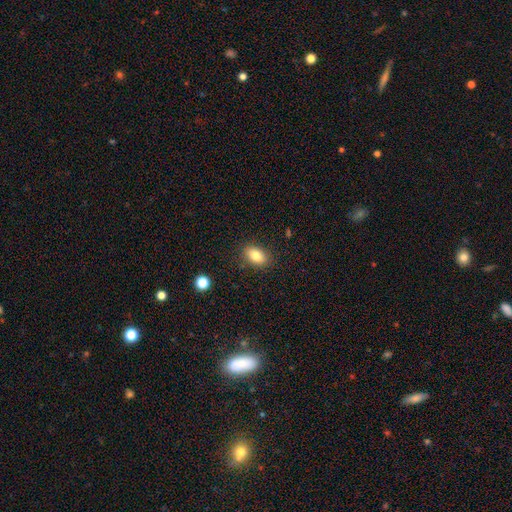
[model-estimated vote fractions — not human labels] Q: Smooth or featured?
A: smooth (82%); runner-up: featured or disk (9%)
Q: How rounded?
A: in between (85%); runner-up: round (13%)
Q: Merging?
A: none (86%); runner-up: minor disturbance (10%)